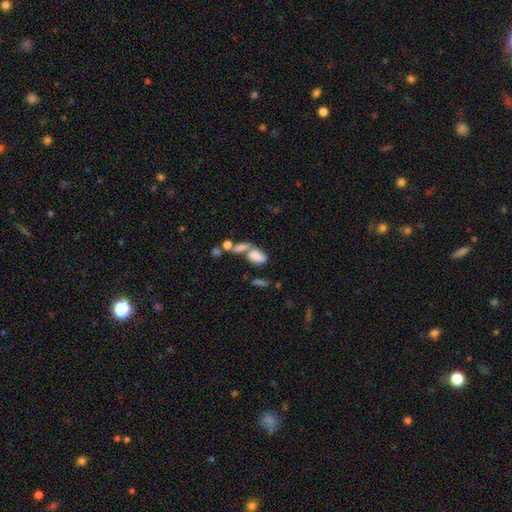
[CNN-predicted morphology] A smooth galaxy with no disk features (72%) that is in between round and cigar-shaped (87%).

Vote fractions:
- Smooth or featured? smooth: 72% / featured or disk: 17% / star or artifact: 11%
- How rounded? in between: 87% / round: 8% / cigar-shaped: 5%
- Merging? merger: 56% / none: 25% / minor disturbance: 11% / major disturbance: 9%